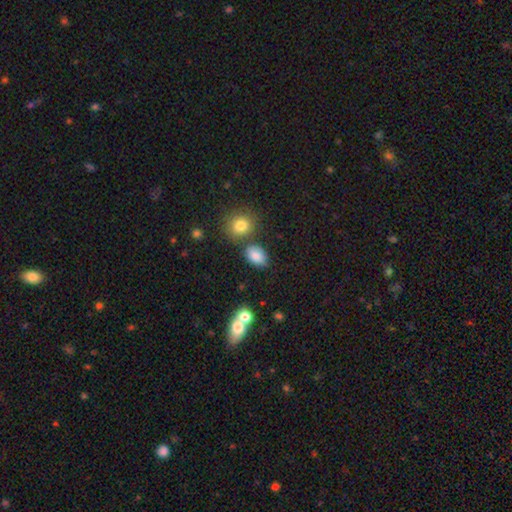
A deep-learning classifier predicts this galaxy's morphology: Smooth or featured? smooth (84%)
How rounded? in between (82%)
Merging? none (70%)